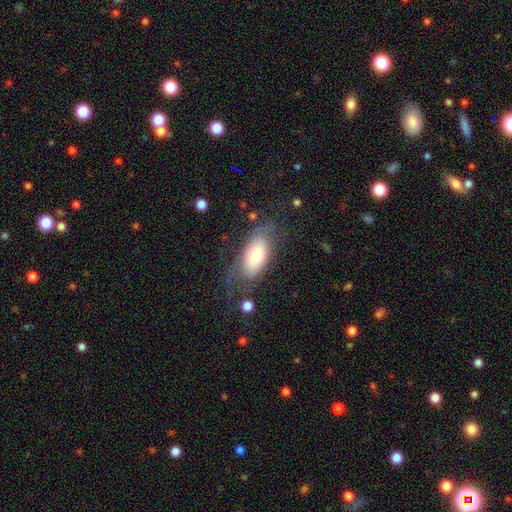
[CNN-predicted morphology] Overall: smooth (65%; featured or disk 28%). How rounded: in between (89%). Merging: none (60%; minor disturbance 22%).